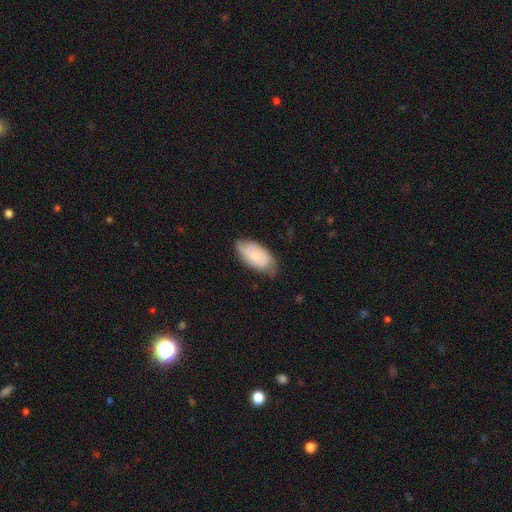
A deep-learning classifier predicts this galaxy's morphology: smooth-or-featured: smooth: 72% | featured or disk: 22% | star or artifact: 6%
  how-rounded: in between: 93% | cigar-shaped: 4% | round: 2%
  merging: none: 66% | minor disturbance: 28% | major disturbance: 5% | merger: 1%